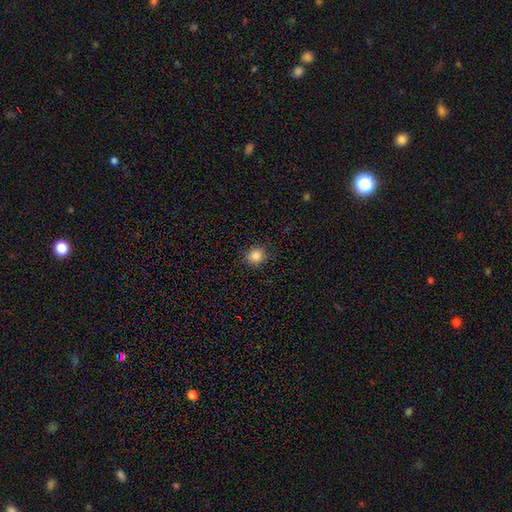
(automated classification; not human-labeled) Smooth or featured? Predicted: smooth (p=0.83). How rounded? Predicted: round (p=0.87). Merging? Predicted: none (p=0.89).